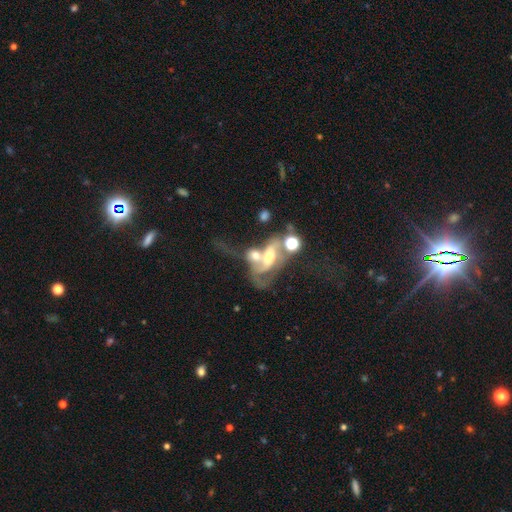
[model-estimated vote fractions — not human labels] featured or disk 66%, smooth 23%, star or artifact 11%. Down the decision tree: edge-on disk — no (92%); bar — no (50%); spiral arms — yes (71%); bulge size — moderate (58%); merging — merger (59%).